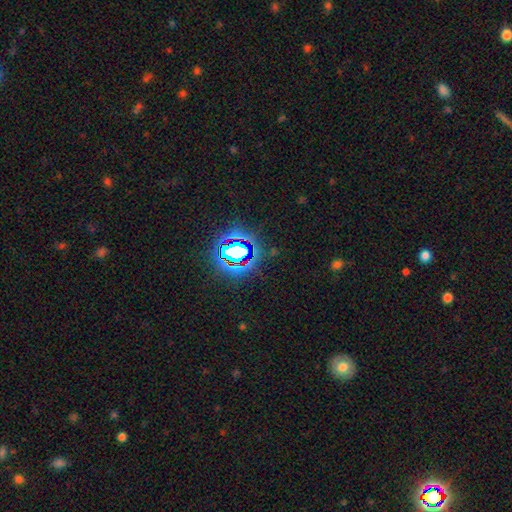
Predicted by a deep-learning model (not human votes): Morphology: type=star or artifact (80%).